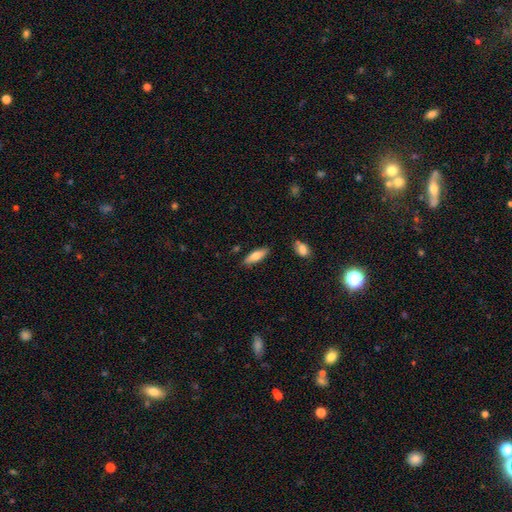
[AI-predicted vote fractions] Q: Smooth or featured?
A: smooth (71%); runner-up: featured or disk (23%)
Q: How rounded?
A: in between (53%); runner-up: cigar-shaped (45%)
Q: Merging?
A: none (85%); runner-up: minor disturbance (11%)